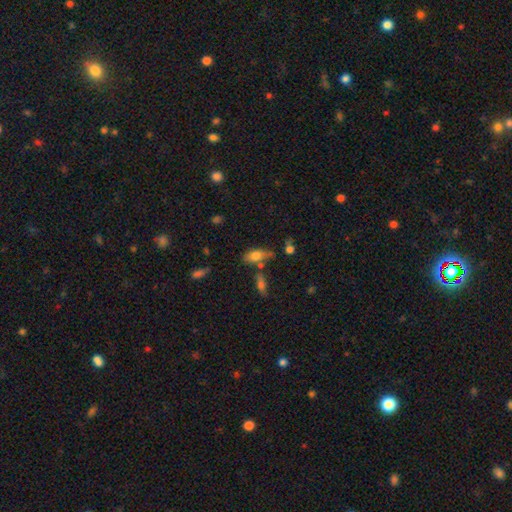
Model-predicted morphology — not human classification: The model was most divided on "merging": none: 52%, minor disturbance: 22%, merger: 17%, major disturbance: 9%. More confident: how rounded — in between (83%); smooth or featured — smooth (73%).